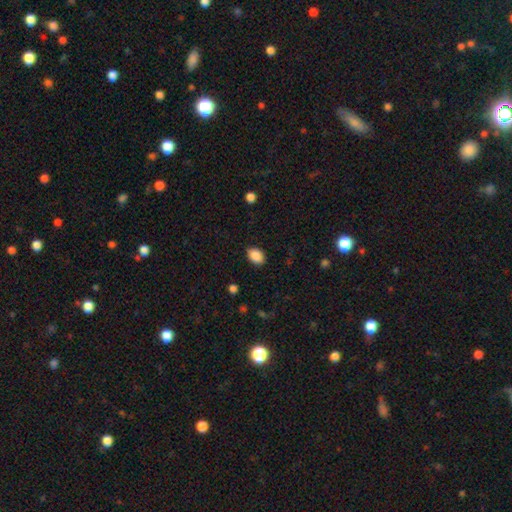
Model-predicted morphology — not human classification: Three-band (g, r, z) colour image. It shows a smooth galaxy with no disk features (88%) that is in between round and cigar-shaped (80%). Merging: none (86%).